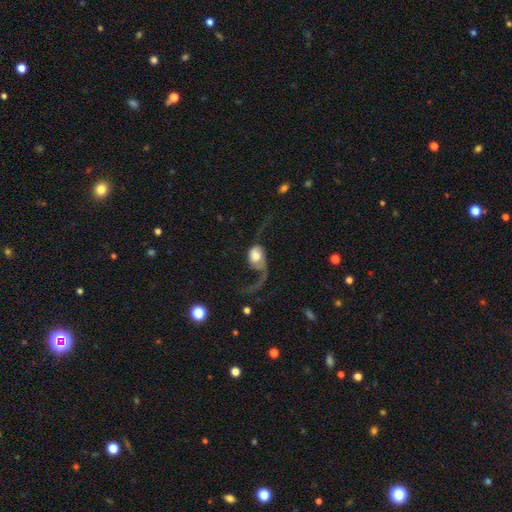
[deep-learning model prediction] Smooth or featured?
  - featured or disk: 62% *
  - smooth: 31%
  - star or artifact: 7%
Edge-on disk?
  - no: 96% *
  - yes: 4%
Bar?
  - no: 69% *
  - weak: 24%
  - strong: 7%
Spiral arms?
  - yes: 84% *
  - no: 16%
Bulge size?
  - large: 37% *
  - moderate: 33%
  - dominant: 17%
  - small: 10%
  - none: 4%
Merging?
  - major disturbance: 56% *
  - none: 25%
  - minor disturbance: 13%
  - merger: 6%